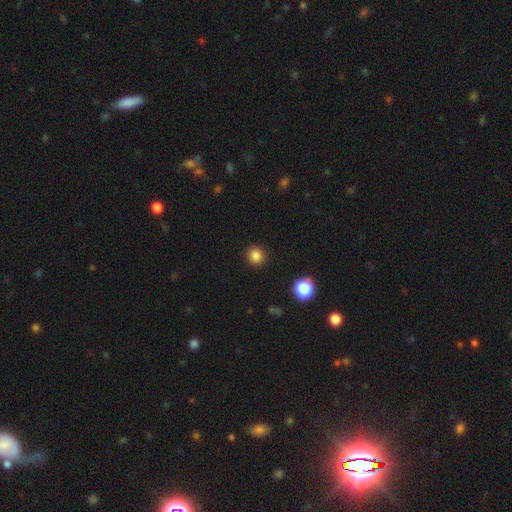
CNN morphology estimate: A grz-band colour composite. It shows a smooth galaxy with no disk features (84%) that is round (90%). Merging: none (91%).